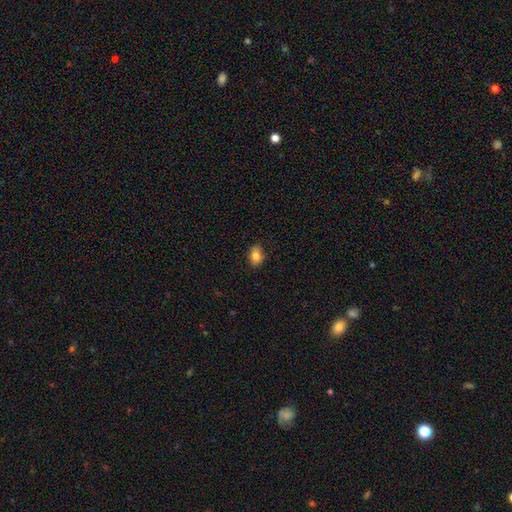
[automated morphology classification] smooth_or_featured: smooth (p=0.82) [alt: star or artifact p=0.09]
how_rounded: in between (p=0.79) [alt: round p=0.19]
merging: none (p=0.81) [alt: minor disturbance p=0.16]